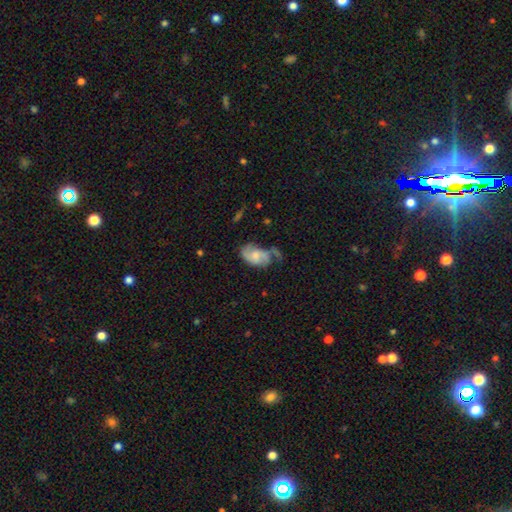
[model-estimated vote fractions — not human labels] smooth-or-featured: featured or disk: 54% | smooth: 38% | star or artifact: 8%
  disk-edge-on: no: 96% | yes: 4%
    bar: no: 70% | weak: 26% | strong: 4%
    has-spiral-arms: yes: 81% | no: 19%
    bulge-size: moderate: 41% | small: 39% | none: 11% | large: 7% | dominant: 2%
  merging: none: 33% | minor disturbance: 29% | major disturbance: 28% | merger: 9%